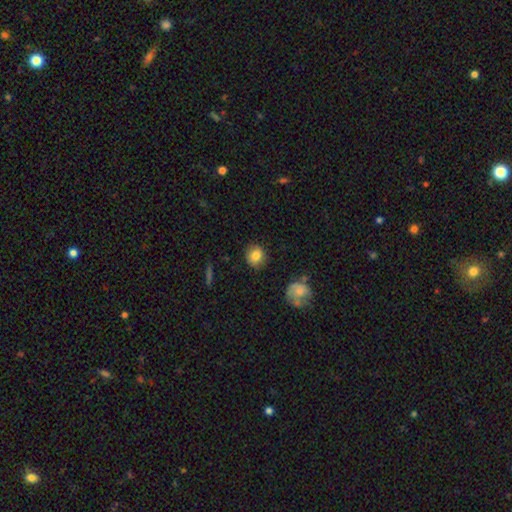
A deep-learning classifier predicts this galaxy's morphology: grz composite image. It shows a smooth galaxy with no disk features (82%) that is round (79%). Merging: none (84%).